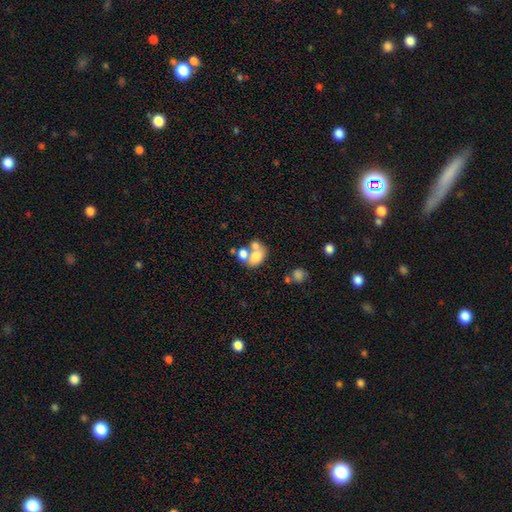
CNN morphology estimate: Smooth or featured? smooth (66%)
How rounded? in between (67%)
Merging? merger (55%)